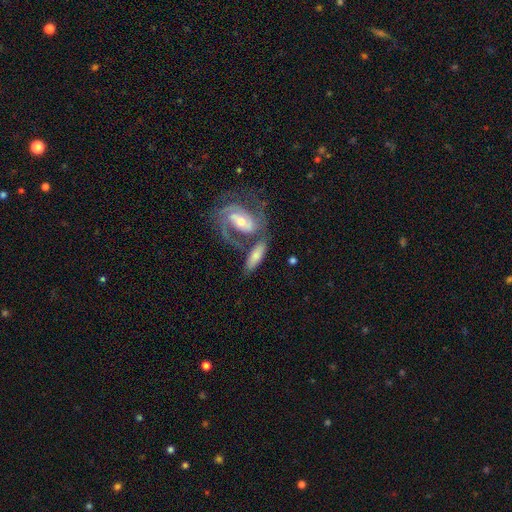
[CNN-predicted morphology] This appears to be a smooth galaxy with no disk features (51%) that is in between round and cigar-shaped (68%). Merging: none (43%).